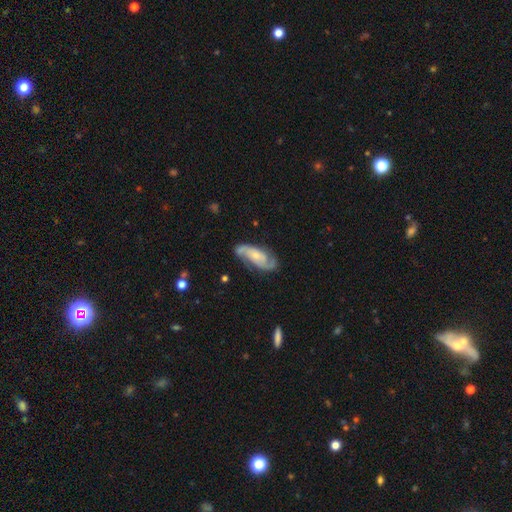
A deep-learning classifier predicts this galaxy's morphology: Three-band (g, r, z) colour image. It shows a featured or disk galaxy (82%) with no bar (60%), 2 (86%) medium (48%) spiral arms (96%) and a small central bulge (54%). Merging: none (75%).